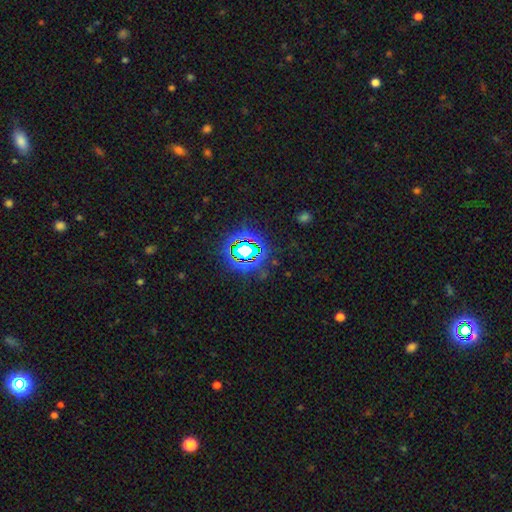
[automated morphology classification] Smooth or featured? star or artifact (79%)